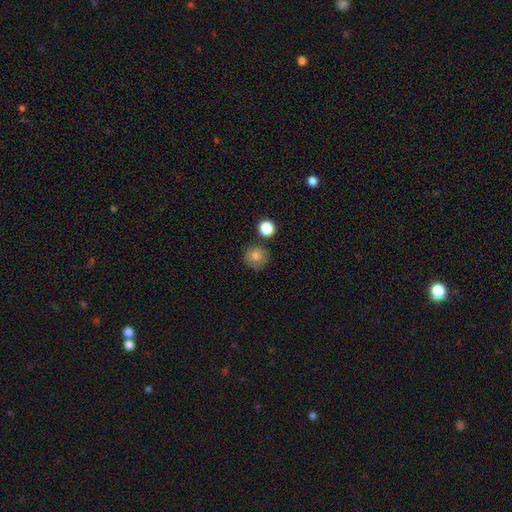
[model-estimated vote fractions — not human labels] Smooth or featured? smooth (80%)
How rounded? round (93%)
Merging? none (80%)